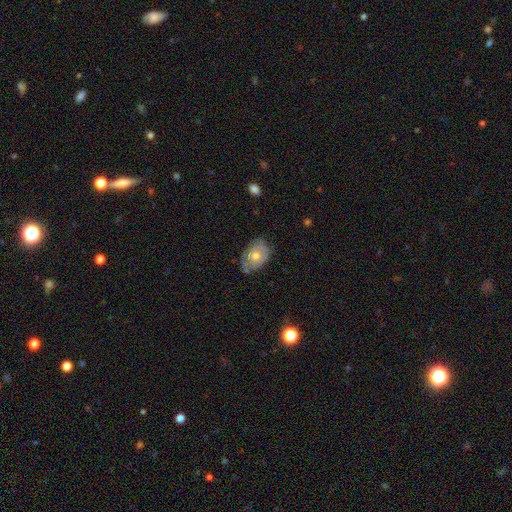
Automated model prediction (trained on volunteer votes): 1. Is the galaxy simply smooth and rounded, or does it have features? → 47% featured or disk, 46% smooth, 7% star or artifact.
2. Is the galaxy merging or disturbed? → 64% none, 28% minor disturbance, 7% major disturbance, 2% merger.